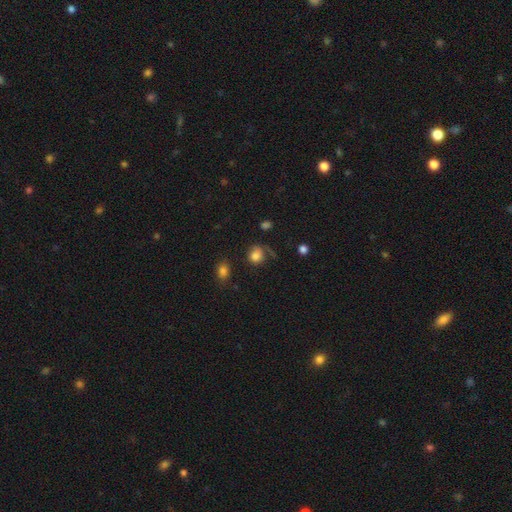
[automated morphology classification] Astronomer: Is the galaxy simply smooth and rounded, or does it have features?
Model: smooth — 81%.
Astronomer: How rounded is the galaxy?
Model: round — 74%.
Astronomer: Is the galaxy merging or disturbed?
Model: none — 58%.